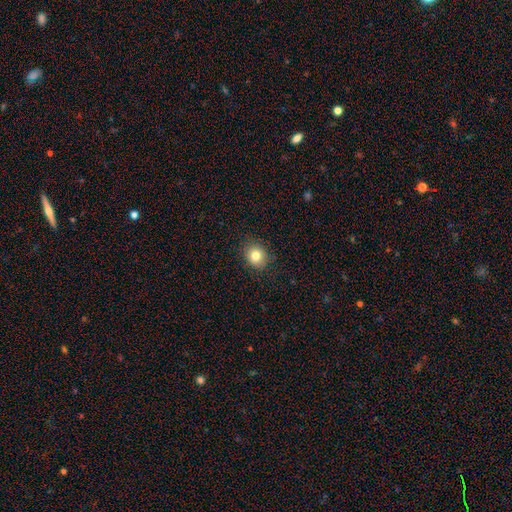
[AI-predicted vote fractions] Smooth or featured: smooth — 81% (star or artifact — 11%)
How rounded: round — 72% (in between — 27%)
Merging: none — 88% (minor disturbance — 8%)